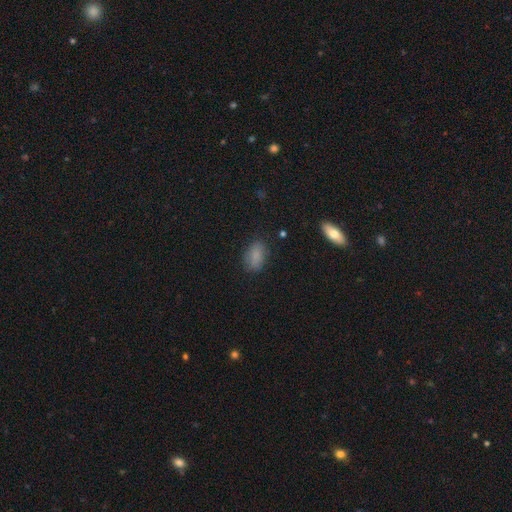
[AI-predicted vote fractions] This appears to be a smooth galaxy with no disk features (83%) that is in between round and cigar-shaped (90%). Merging: none (77%).